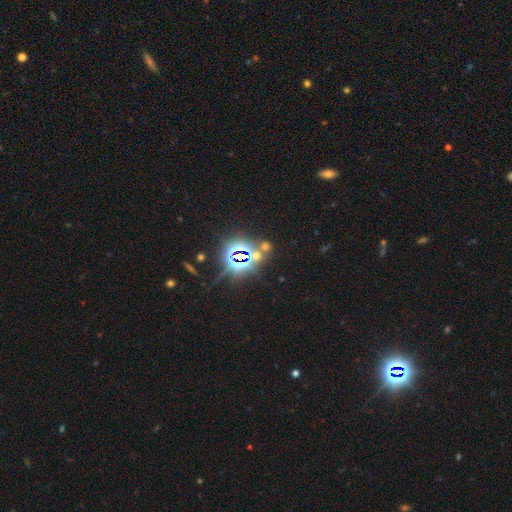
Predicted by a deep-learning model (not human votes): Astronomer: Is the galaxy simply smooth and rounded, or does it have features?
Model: star or artifact — 69%.